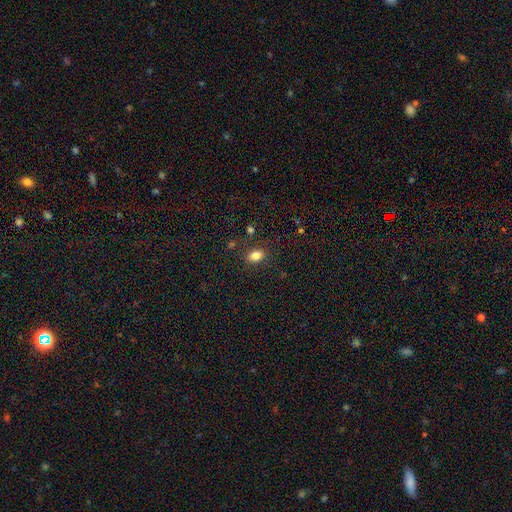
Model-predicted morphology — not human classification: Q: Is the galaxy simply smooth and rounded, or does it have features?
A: smooth — 83%.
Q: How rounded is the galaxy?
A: in between — 79%.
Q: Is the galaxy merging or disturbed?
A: none — 83%.